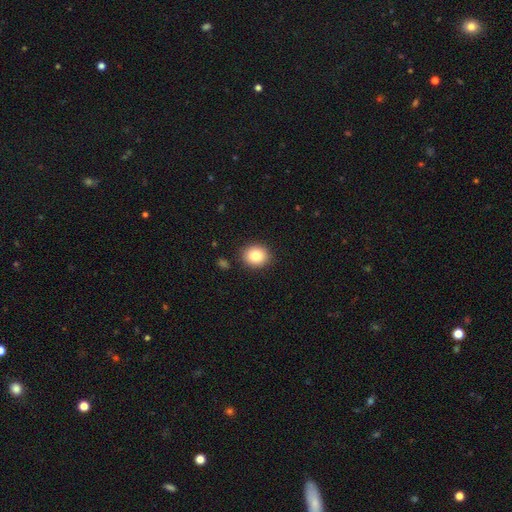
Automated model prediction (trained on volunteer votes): Morphology: type=smooth (83%); roundness=round (74%); merging=none (89%).